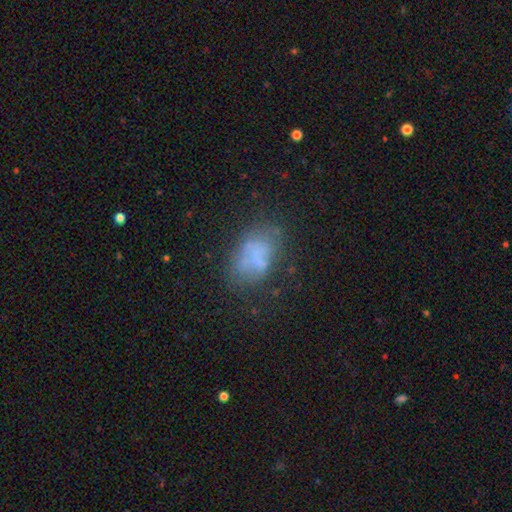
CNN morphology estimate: Q: Smooth or featured?
A: smooth (50%); runner-up: featured or disk (36%)
Q: How rounded?
A: in between (84%); runner-up: round (14%)
Q: Merging?
A: none (47%); runner-up: minor disturbance (24%)